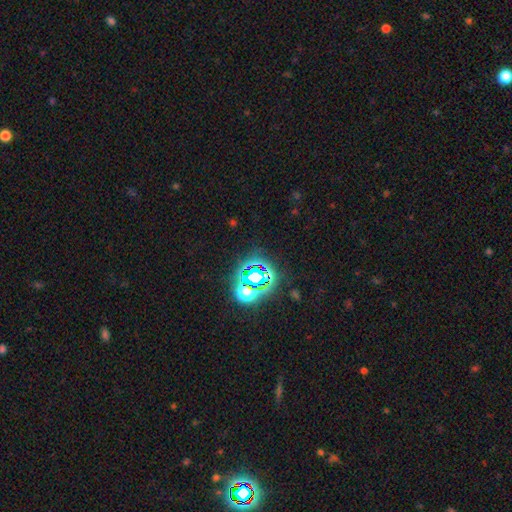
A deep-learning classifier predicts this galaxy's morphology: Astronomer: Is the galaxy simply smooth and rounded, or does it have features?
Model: star or artifact — 76%.